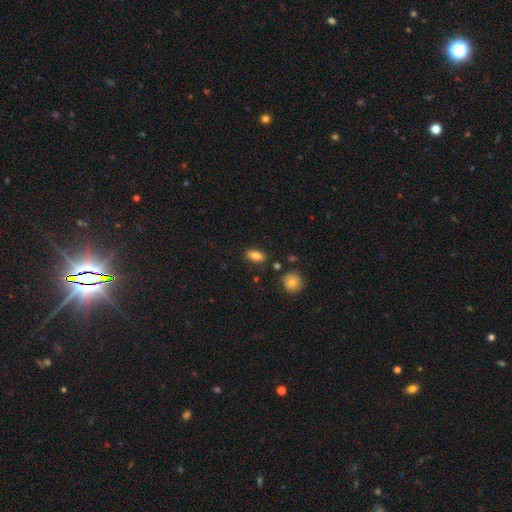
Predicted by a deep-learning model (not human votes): smooth 82%, featured or disk 10%, star or artifact 8%. Down the decision tree: how rounded — in between (84%); merging — none (84%).